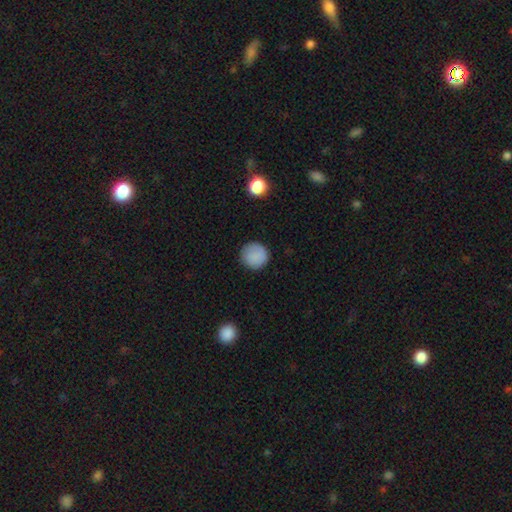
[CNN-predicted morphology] This appears to be a smooth galaxy with no disk features (87%) that is round (94%). Merging: none (88%).